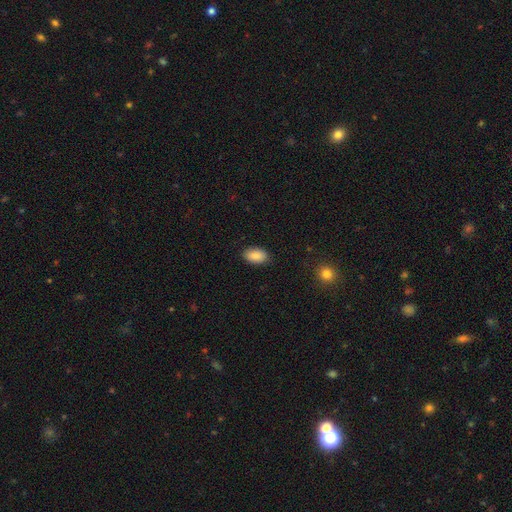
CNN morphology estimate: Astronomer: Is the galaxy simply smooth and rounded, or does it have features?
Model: smooth — 89%.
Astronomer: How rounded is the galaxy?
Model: in between — 93%.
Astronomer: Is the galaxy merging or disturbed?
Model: none — 88%.